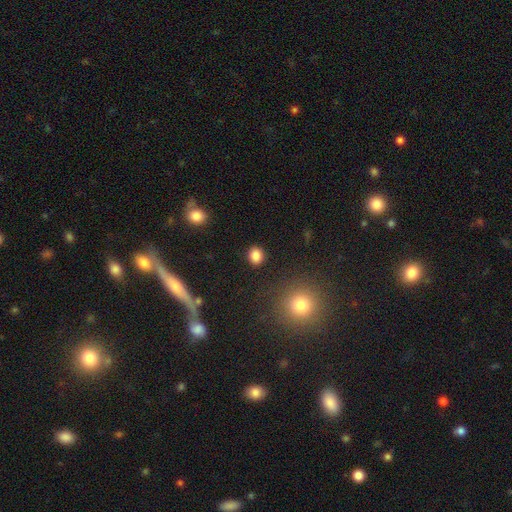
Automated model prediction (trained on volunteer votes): Q: Smooth or featured?
A: smooth (85%); runner-up: star or artifact (11%)
Q: How rounded?
A: round (71%); runner-up: in between (28%)
Q: Merging?
A: none (88%); runner-up: minor disturbance (7%)